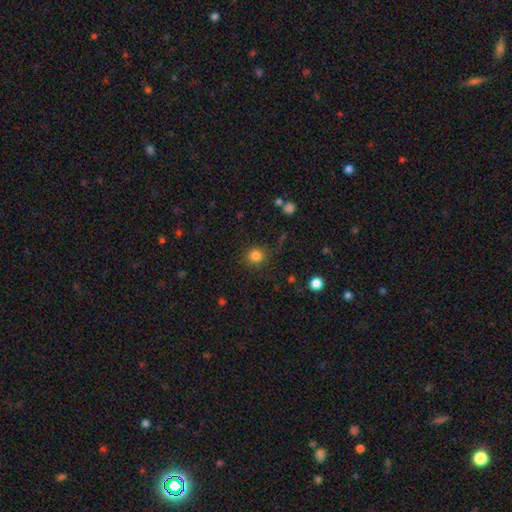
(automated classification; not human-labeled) A smooth galaxy with no disk features (82%) that is round (83%). Merging: none (81%).